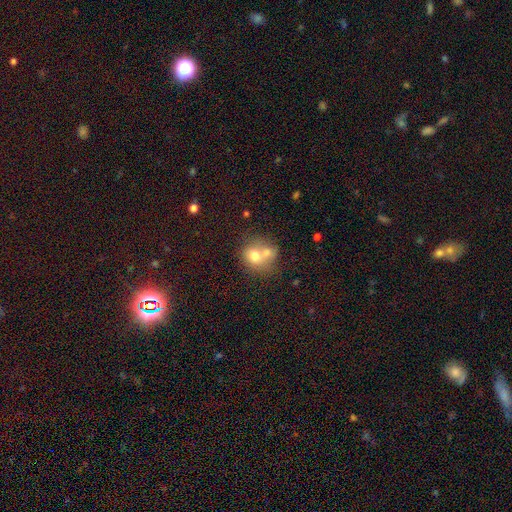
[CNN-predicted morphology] The model was most divided on "merging": merger: 61%, none: 27%, minor disturbance: 8%, major disturbance: 4%. More confident: smooth or featured — smooth (69%); how rounded — round (67%).